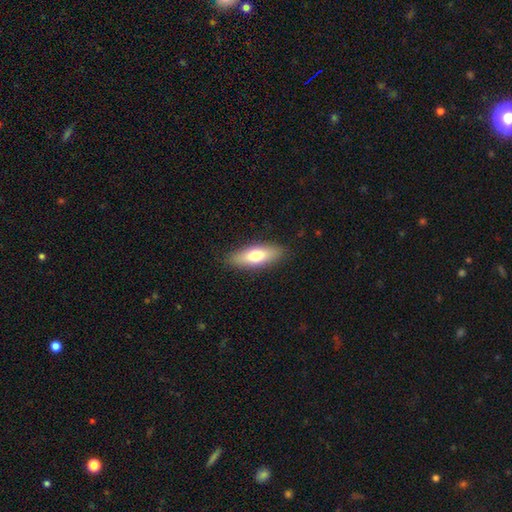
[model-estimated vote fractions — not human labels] Smooth or featured? Predicted: smooth (p=0.70). How rounded? Predicted: in between (p=0.63). Merging? Predicted: none (p=0.88).